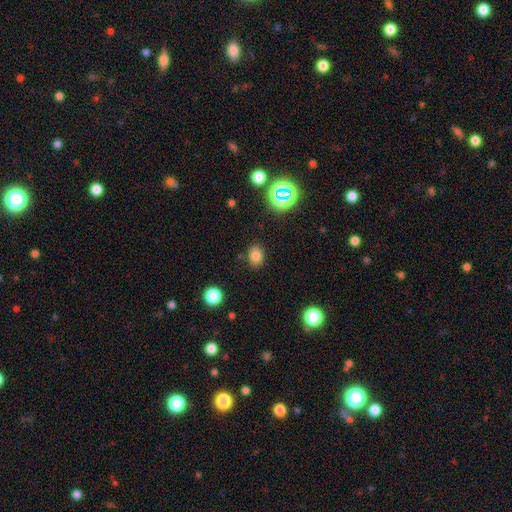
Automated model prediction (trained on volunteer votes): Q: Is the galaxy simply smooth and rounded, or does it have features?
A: smooth — 77%.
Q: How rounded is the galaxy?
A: in between — 60%.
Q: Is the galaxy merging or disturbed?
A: none — 85%.